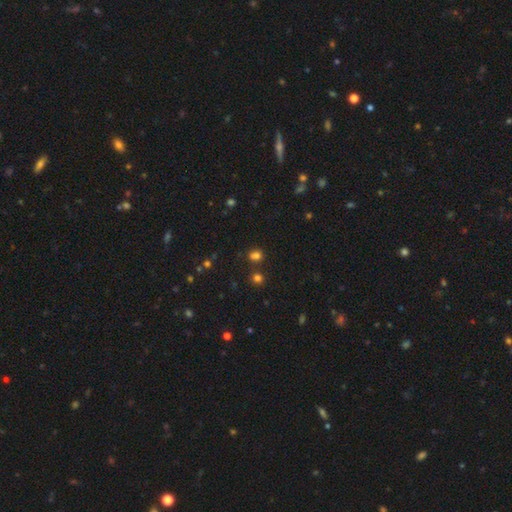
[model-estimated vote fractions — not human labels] Smooth or featured: smooth — 71% (star or artifact — 23%)
How rounded: round — 66% (in between — 33%)
Merging: none — 68% (merger — 17%)